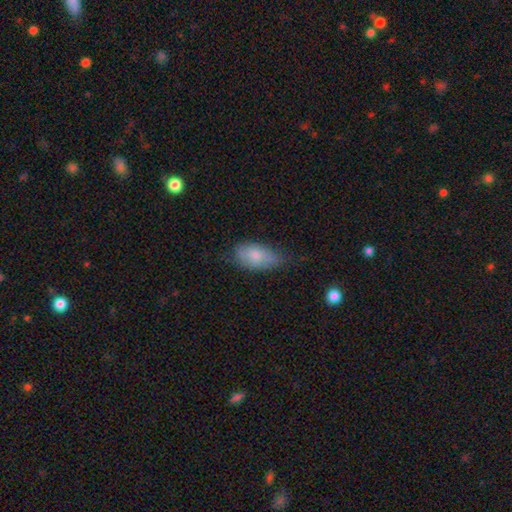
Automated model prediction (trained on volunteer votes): The model was most divided on "merging": none: 54%, minor disturbance: 35%, major disturbance: 9%, merger: 2%. More confident: how rounded — in between (91%); smooth or featured — smooth (77%).